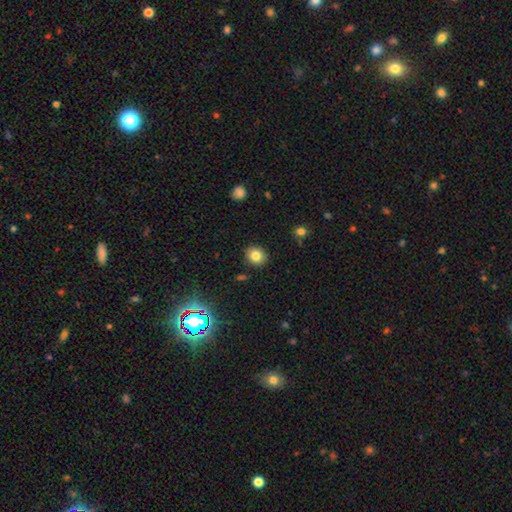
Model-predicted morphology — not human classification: Overall: smooth (81%). How rounded: round (66%; in between 33%). Merging: none (88%).